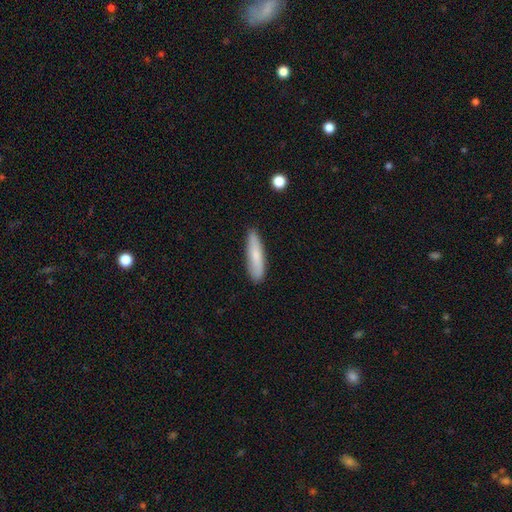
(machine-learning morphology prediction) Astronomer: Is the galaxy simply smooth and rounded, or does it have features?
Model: smooth — 78%.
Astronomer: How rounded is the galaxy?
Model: cigar-shaped — 77%.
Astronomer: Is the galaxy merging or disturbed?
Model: none — 86%.